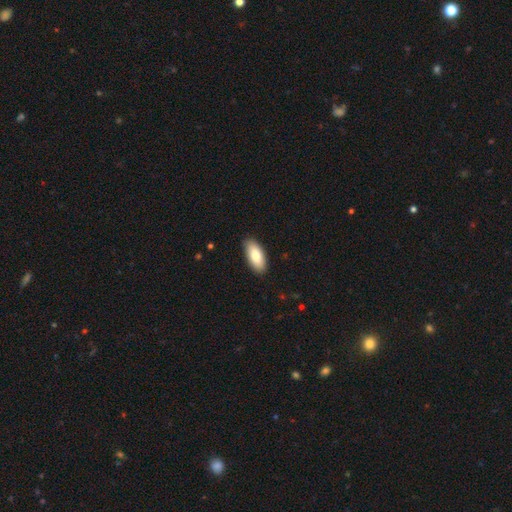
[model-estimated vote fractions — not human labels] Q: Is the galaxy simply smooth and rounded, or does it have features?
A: smooth — 82%.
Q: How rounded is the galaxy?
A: in between — 88%.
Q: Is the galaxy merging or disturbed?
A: none — 88%.